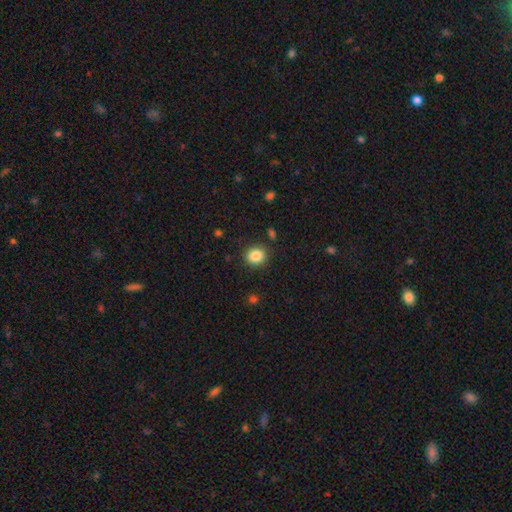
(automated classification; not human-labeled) Smooth or featured: smooth — 86% (star or artifact — 10%)
How rounded: round — 77% (in between — 22%)
Merging: none — 88% (minor disturbance — 8%)